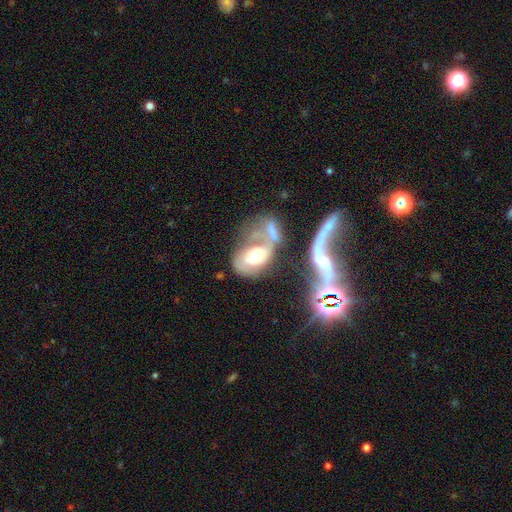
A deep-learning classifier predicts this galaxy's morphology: This appears to be a featured or disk galaxy (56%) with no bar (64%), spiral arms (57%) and a moderate central bulge (62%). Merging: merger (48%).